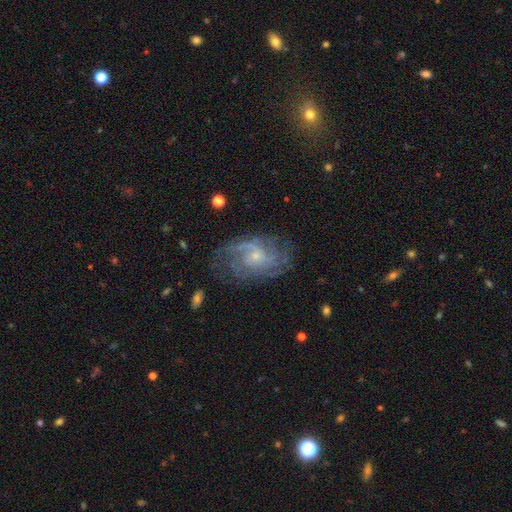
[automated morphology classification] This is clearly a featured or disk galaxy (85%). It is clearly not viewed edge-on (97%). Bar: likely no (67%). Spiral arm pattern: clearly yes (95%). Spiral arm count: marginally can't tell (32%). Spiral winding: marginally tight (43%). Central bulge: likely small (76%). Merging: likely none (70%).